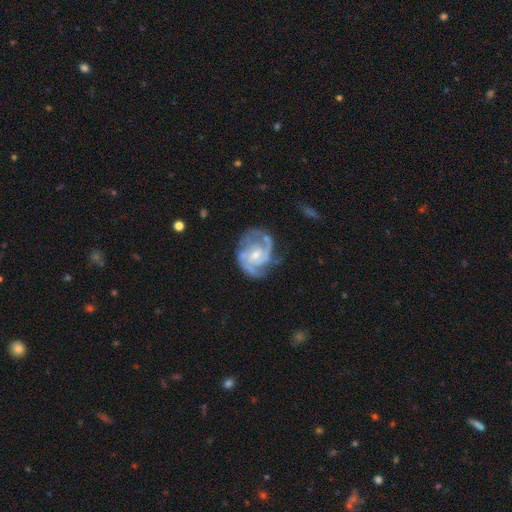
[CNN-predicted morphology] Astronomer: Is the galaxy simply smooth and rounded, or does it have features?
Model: featured or disk — 88%.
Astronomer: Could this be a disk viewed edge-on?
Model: no — 98%.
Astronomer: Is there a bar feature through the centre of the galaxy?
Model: no — 52% (runner-up: weak, 40%).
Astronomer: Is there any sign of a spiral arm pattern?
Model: yes — 96%.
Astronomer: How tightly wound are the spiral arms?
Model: medium — 47% (runner-up: tight, 40%).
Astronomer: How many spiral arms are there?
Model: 2 — 54%.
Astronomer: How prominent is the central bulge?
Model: small — 59% (runner-up: moderate, 36%).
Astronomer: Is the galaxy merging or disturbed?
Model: none — 61%.